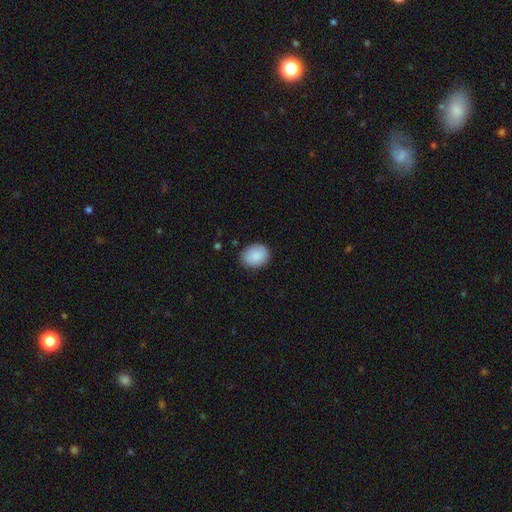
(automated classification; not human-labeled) A smooth galaxy with no disk features (87%) that is round (50%). Merging: none (84%).